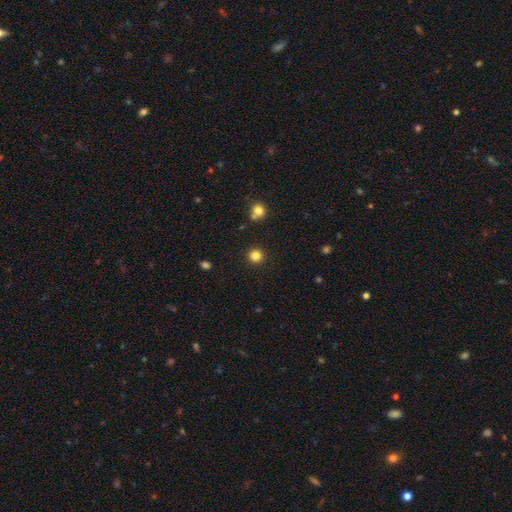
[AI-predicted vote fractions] Morphology: type=smooth (83%); roundness=round (95%); merging=none (91%).